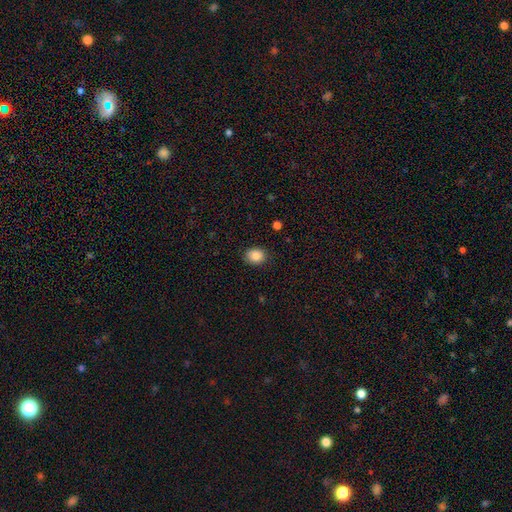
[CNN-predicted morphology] A smooth galaxy with no disk features (88%) that is round (53%).

Vote fractions:
- Smooth or featured? smooth: 88% / star or artifact: 9% / featured or disk: 4%
- How rounded? round: 53% / in between: 46% / cigar-shaped: 1%
- Merging? none: 86% / minor disturbance: 10% / major disturbance: 2% / merger: 1%